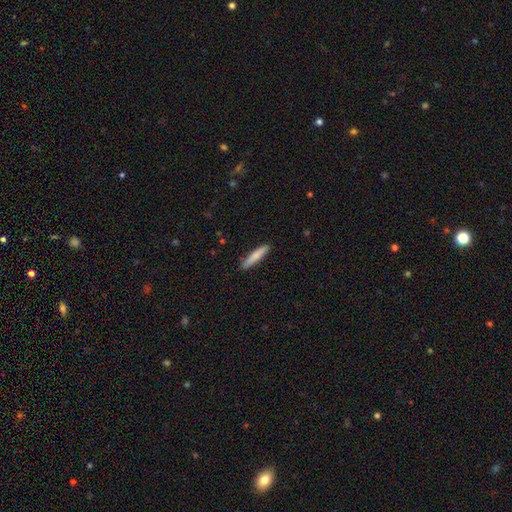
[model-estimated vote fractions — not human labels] This appears to be a smooth galaxy with no disk features (78%) that is cigar-shaped (90%). Merging: none (89%).